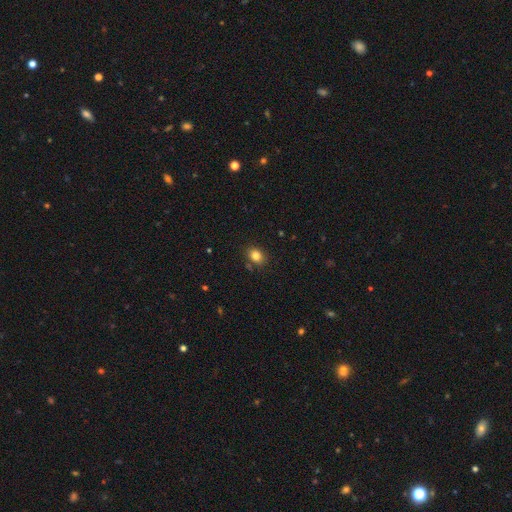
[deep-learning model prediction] smooth 83%, star or artifact 11%, featured or disk 6%. Down the decision tree: how rounded — in between (58%); merging — none (83%).